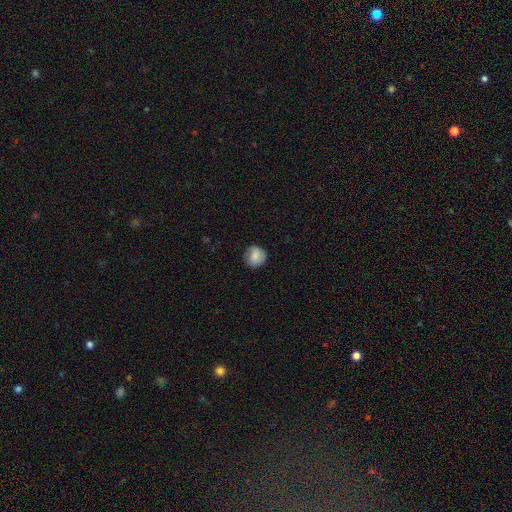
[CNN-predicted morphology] This is clearly a smooth galaxy (83%). How rounded: clearly round (87%). Merging: likely none (77%).